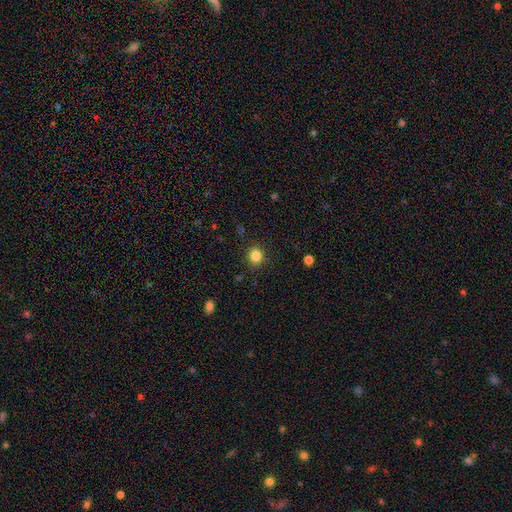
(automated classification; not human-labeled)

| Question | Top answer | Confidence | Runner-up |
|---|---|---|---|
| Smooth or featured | smooth | 85% | star or artifact (11%) |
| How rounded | round | 79% | in between (20%) |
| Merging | none | 89% | minor disturbance (8%) |